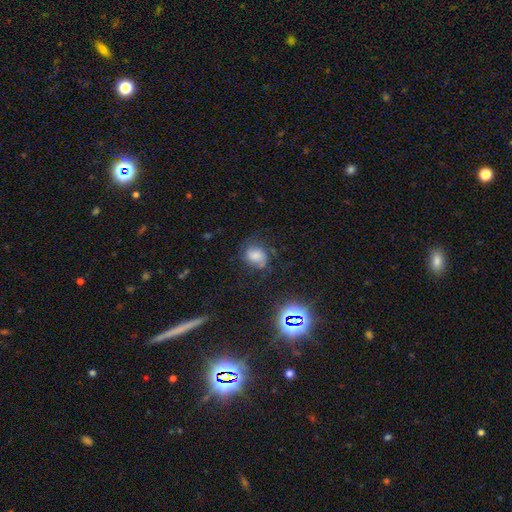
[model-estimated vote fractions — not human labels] The model was most divided on "smooth or featured": smooth: 49%, featured or disk: 33%, star or artifact: 17%. More confident: merging — none (58%).